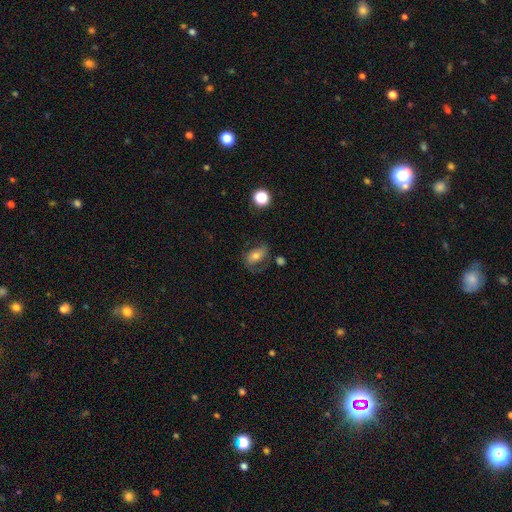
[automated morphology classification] This appears to be a smooth galaxy with no disk features (48%). Merging: none (55%).